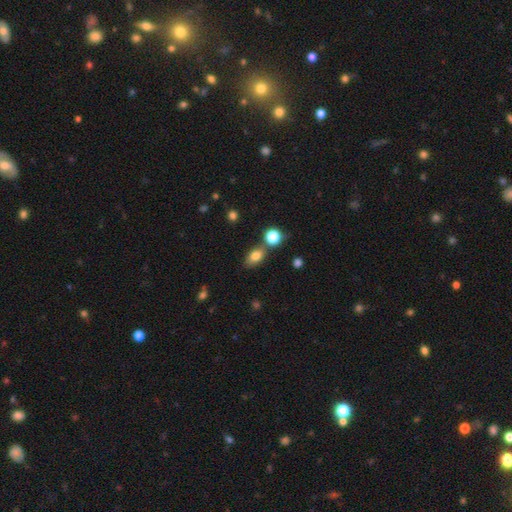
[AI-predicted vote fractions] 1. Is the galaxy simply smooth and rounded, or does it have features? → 79% smooth, 11% star or artifact, 10% featured or disk.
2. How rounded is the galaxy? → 81% in between, 16% round, 3% cigar-shaped.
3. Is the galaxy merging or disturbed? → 66% none, 16% merger, 14% minor disturbance, 4% major disturbance.